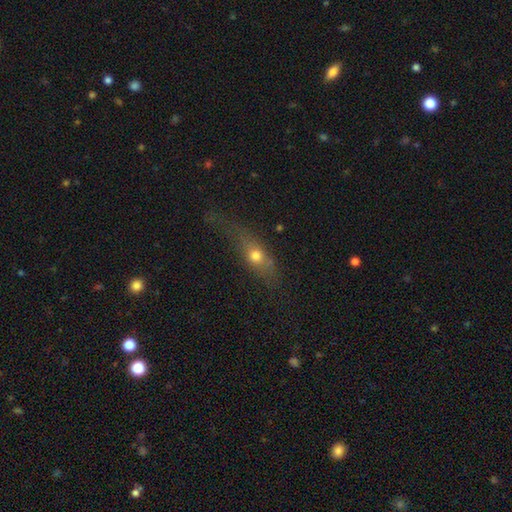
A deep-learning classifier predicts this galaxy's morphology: Smooth or featured: smooth — 58% (featured or disk — 28%)
How rounded: in between — 47% (cigar-shaped — 34%)
Merging: none — 44% (major disturbance — 29%)